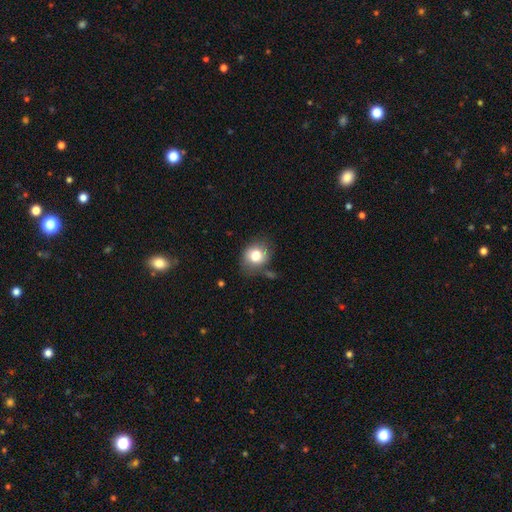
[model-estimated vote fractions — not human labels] Morphology: type=smooth (79%); roundness=round (62%); merging=none (63%).